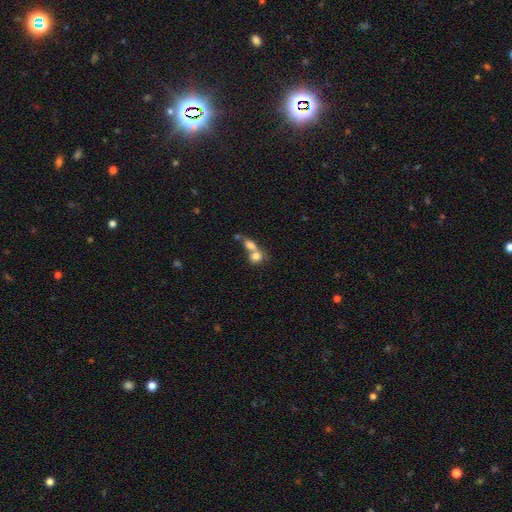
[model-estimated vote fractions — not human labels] Smooth or featured? Predicted: smooth (p=0.76). How rounded? Predicted: round (p=0.56). Merging? Predicted: merger (p=0.69).